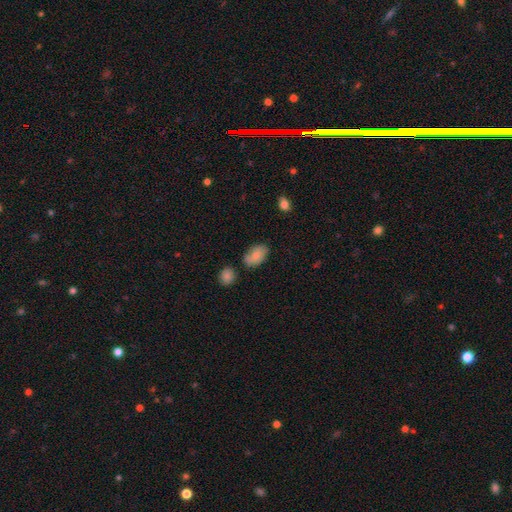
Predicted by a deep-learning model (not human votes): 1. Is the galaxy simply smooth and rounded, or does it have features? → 81% smooth, 11% featured or disk, 7% star or artifact.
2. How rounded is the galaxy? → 91% in between, 8% round, 1% cigar-shaped.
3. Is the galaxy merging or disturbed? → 67% none, 20% minor disturbance, 8% merger, 4% major disturbance.